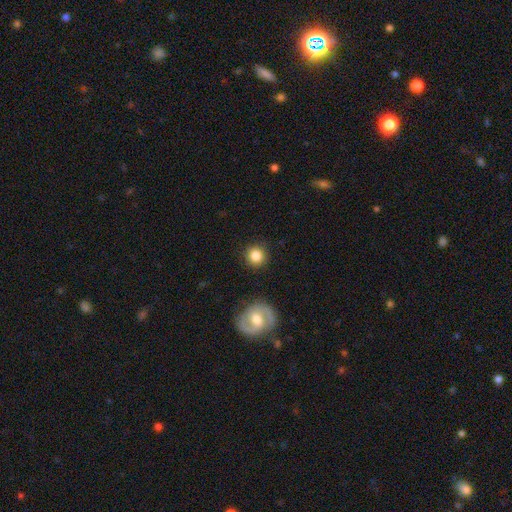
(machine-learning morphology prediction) Overall: smooth (83%). How rounded: round (93%). Merging: none (88%).